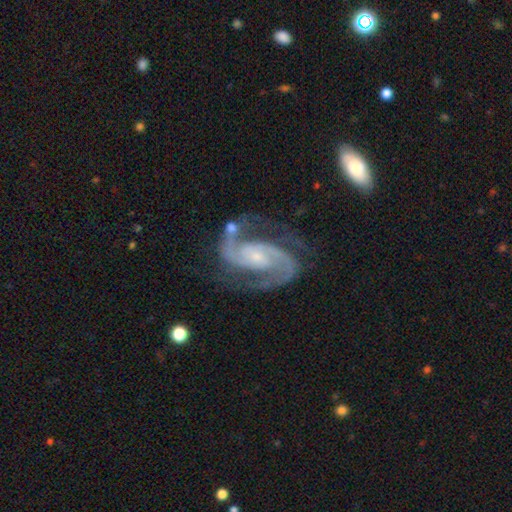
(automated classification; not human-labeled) Smooth or featured? featured or disk (93%)
Edge-on disk? no (98%)
Bar? no (50%)
Spiral arms? yes (99%)
Spiral winding? medium (60%)
Spiral arm count? 2 (93%)
Bulge size? small (72%)
Merging? none (70%)